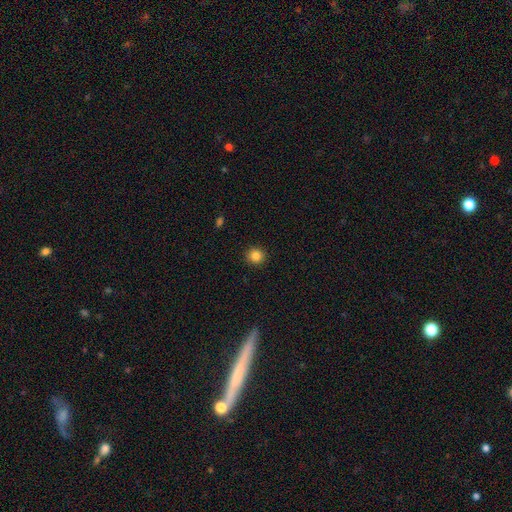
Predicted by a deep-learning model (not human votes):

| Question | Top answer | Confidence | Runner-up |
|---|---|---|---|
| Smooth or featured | smooth | 85% | star or artifact (11%) |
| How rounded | round | 92% | in between (7%) |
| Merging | none | 92% | minor disturbance (5%) |